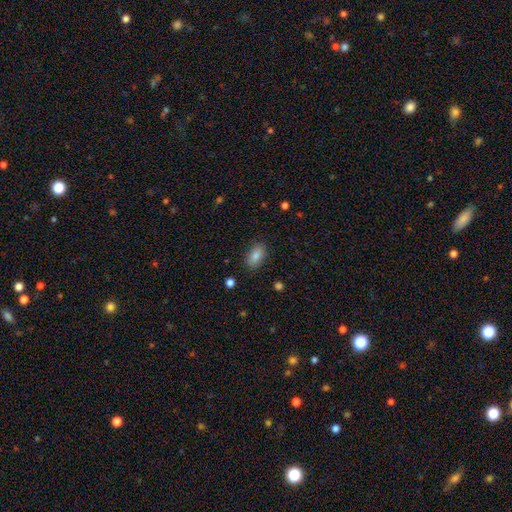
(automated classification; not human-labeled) smooth-or-featured: smooth: 83% | star or artifact: 9% | featured or disk: 7%
  how-rounded: in between: 89% | round: 8% | cigar-shaped: 3%
  merging: none: 86% | minor disturbance: 10% | major disturbance: 3% | merger: 1%